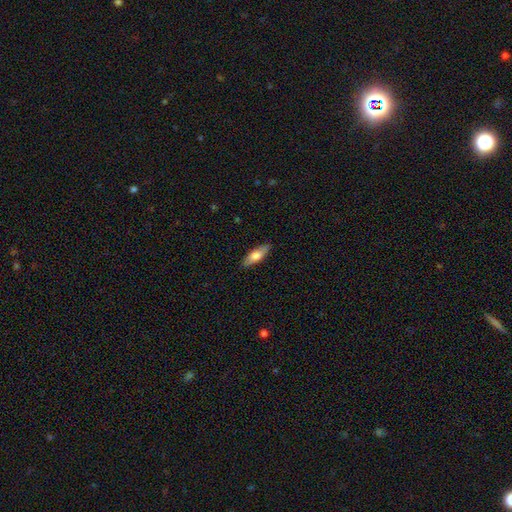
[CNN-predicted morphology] smooth-or-featured: smooth: 68% | featured or disk: 26% | star or artifact: 6%
  how-rounded: in between: 54% | cigar-shaped: 44% | round: 2%
  merging: none: 86% | minor disturbance: 11% | major disturbance: 2% | merger: 1%